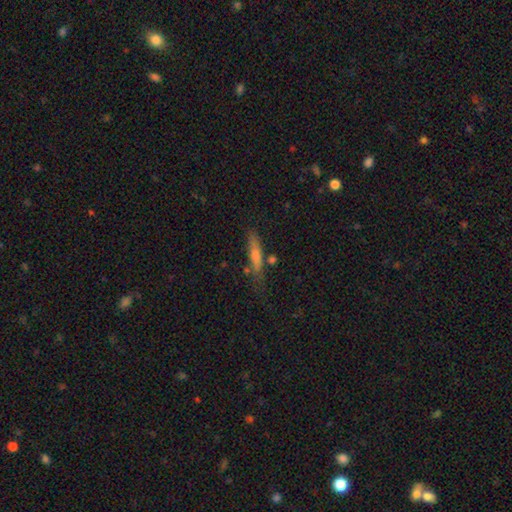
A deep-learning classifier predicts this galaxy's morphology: Smooth or featured? smooth (69%)
How rounded? cigar-shaped (83%)
Merging? none (66%)